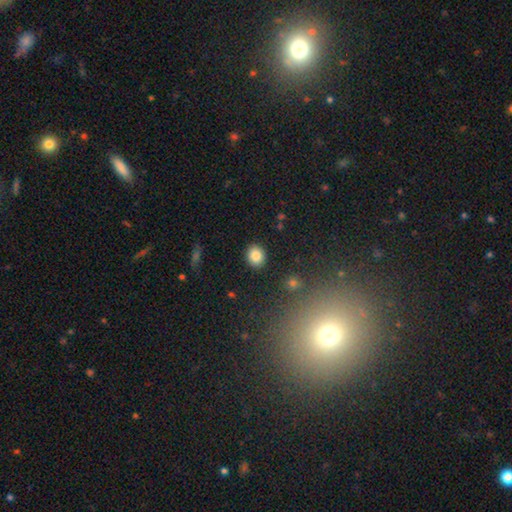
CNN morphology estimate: smooth-or-featured: smooth: 86% | star or artifact: 9% | featured or disk: 5%
  how-rounded: round: 65% | in between: 34% | cigar-shaped: 1%
  merging: none: 89% | minor disturbance: 7% | major disturbance: 2% | merger: 2%